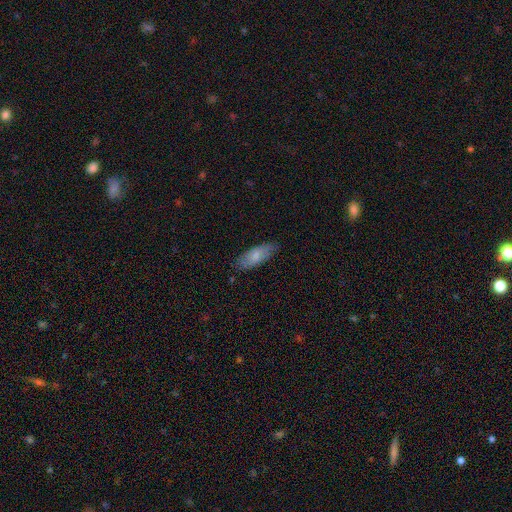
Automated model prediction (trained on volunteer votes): This appears to be a smooth galaxy with no disk features (75%) that is in between round and cigar-shaped (69%). Merging: none (79%).